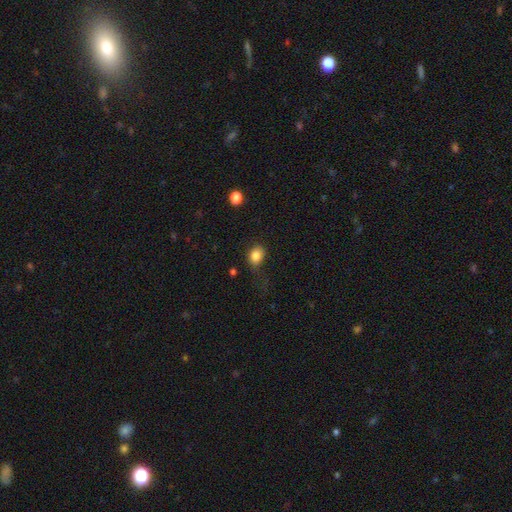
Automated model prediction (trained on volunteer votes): Smooth or featured: smooth — 84% (star or artifact — 10%)
How rounded: in between — 58% (round — 41%)
Merging: none — 63% (minor disturbance — 24%)